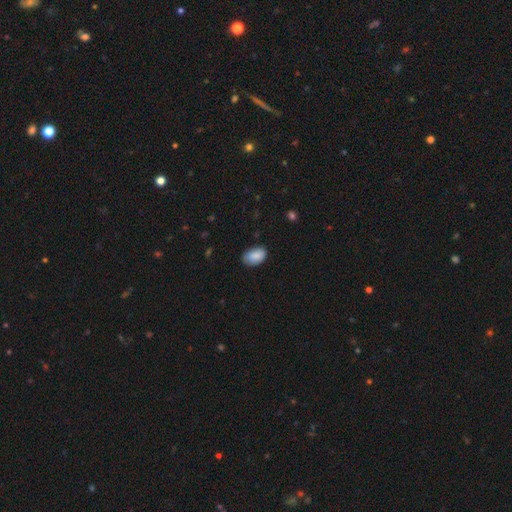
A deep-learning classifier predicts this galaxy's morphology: Overall: smooth (87%). How rounded: in between (91%). Merging: none (76%).